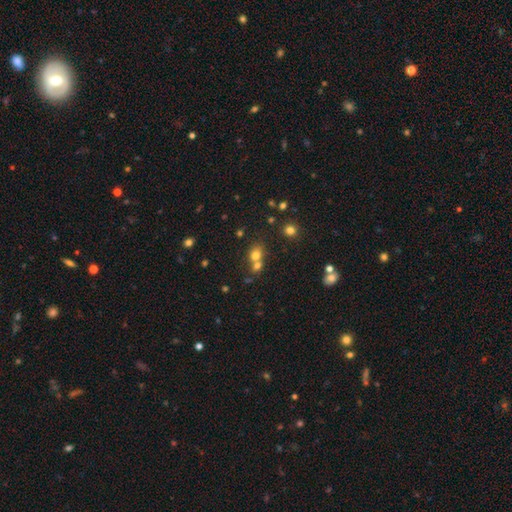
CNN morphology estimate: A smooth galaxy with no disk features (72%) that is round (59%). Merging: merger (48%).